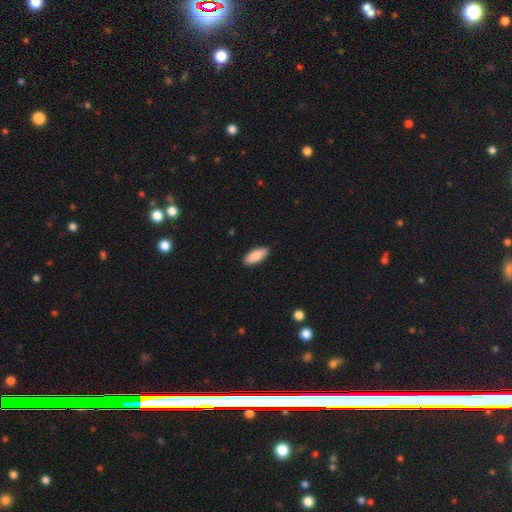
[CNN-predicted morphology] Q: Smooth or featured?
A: smooth (89%); runner-up: star or artifact (6%)
Q: How rounded?
A: in between (81%); runner-up: cigar-shaped (18%)
Q: Merging?
A: none (89%); runner-up: minor disturbance (8%)